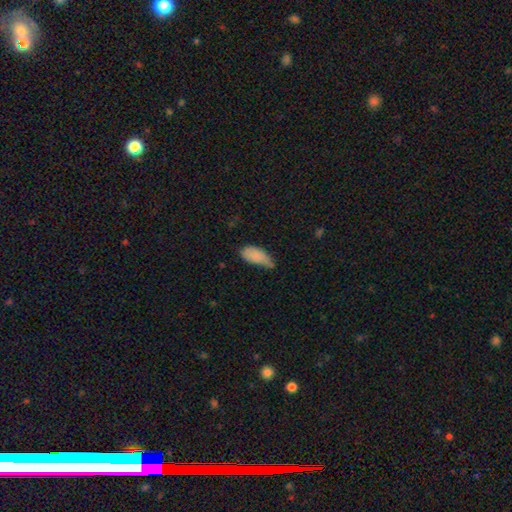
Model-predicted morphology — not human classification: Smooth or featured?
  - smooth: 83% *
  - featured or disk: 9%
  - star or artifact: 7%
How rounded?
  - in between: 89% *
  - cigar-shaped: 9%
  - round: 2%
Merging?
  - minor disturbance: 47% *
  - none: 34%
  - major disturbance: 14%
  - merger: 5%